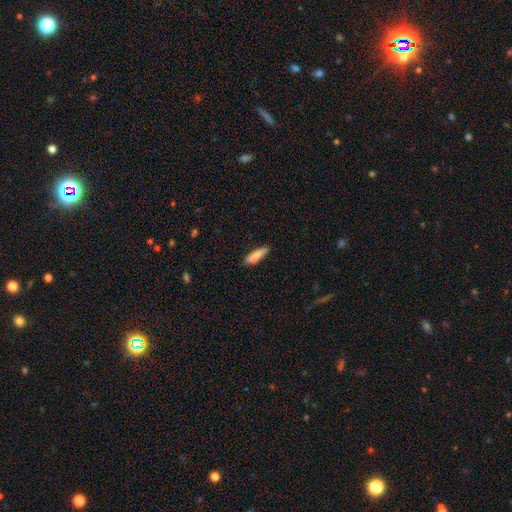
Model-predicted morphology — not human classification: A smooth galaxy with no disk features (82%) that is cigar-shaped (70%).

Vote fractions:
- Smooth or featured? smooth: 82% / featured or disk: 12% / star or artifact: 7%
- How rounded? cigar-shaped: 70% / in between: 28% / round: 2%
- Merging? none: 72% / minor disturbance: 20% / merger: 4% / major disturbance: 4%